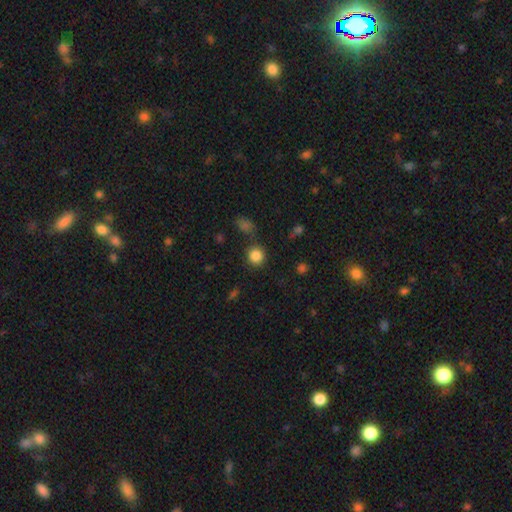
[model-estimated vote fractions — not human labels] This appears to be a smooth galaxy with no disk features (85%) that is round (90%). Merging: none (83%).